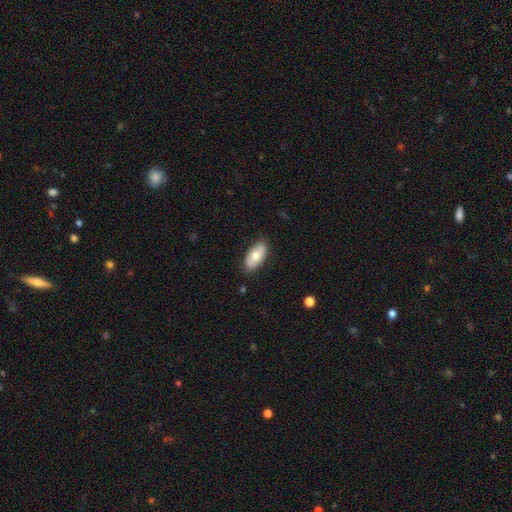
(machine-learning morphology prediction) Smooth or featured: smooth — 71% (featured or disk — 23%)
How rounded: in between — 93% (cigar-shaped — 4%)
Merging: none — 86% (minor disturbance — 11%)